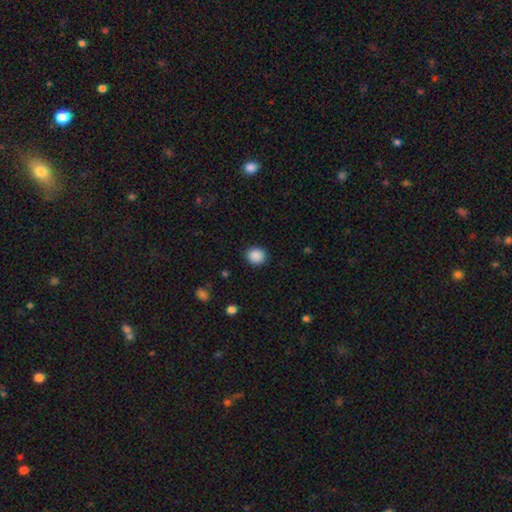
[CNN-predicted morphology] This is clearly a smooth galaxy (89%). How rounded: clearly round (88%). Merging: clearly none (90%).